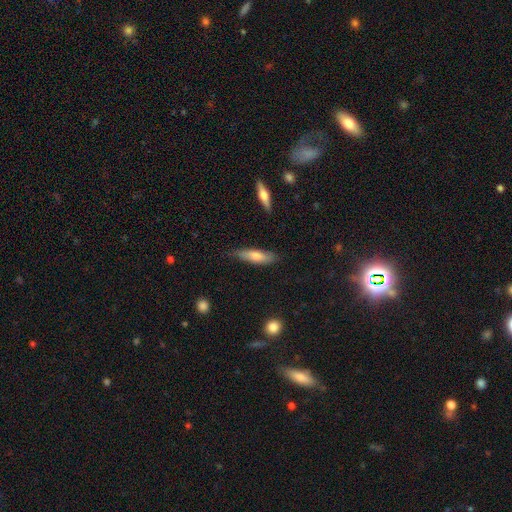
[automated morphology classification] type=smooth (68%); roundness=cigar-shaped (63%); merging=none (71%).